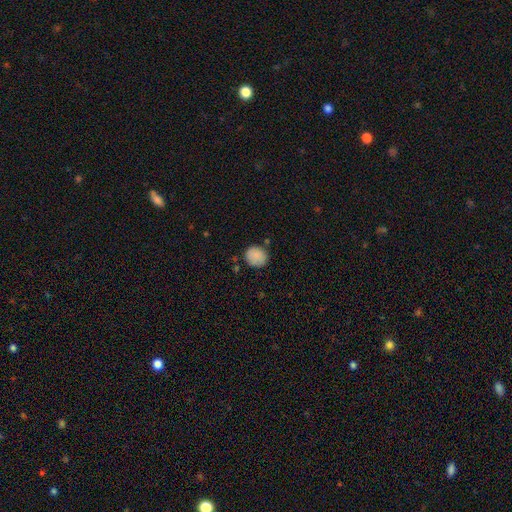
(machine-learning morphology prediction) smooth_or_featured: smooth (p=0.87) [alt: star or artifact p=0.08]
how_rounded: round (p=0.78) [alt: in between p=0.21]
merging: none (p=0.78) [alt: minor disturbance p=0.15]